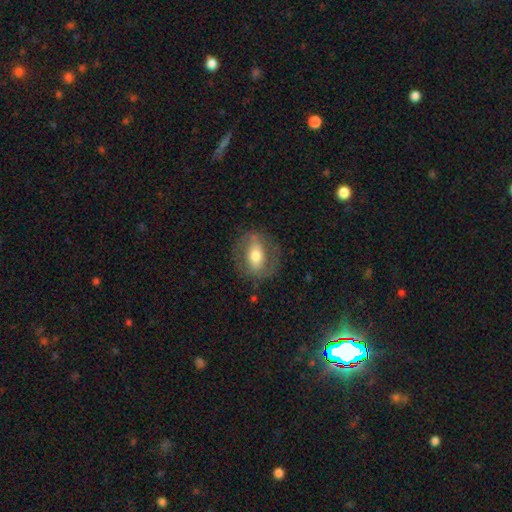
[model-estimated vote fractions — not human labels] A featured or disk galaxy (48%).

Vote fractions:
- Smooth or featured? featured or disk: 48% / smooth: 45% / star or artifact: 7%
- Merging? none: 75% / minor disturbance: 14% / major disturbance: 9% / merger: 1%